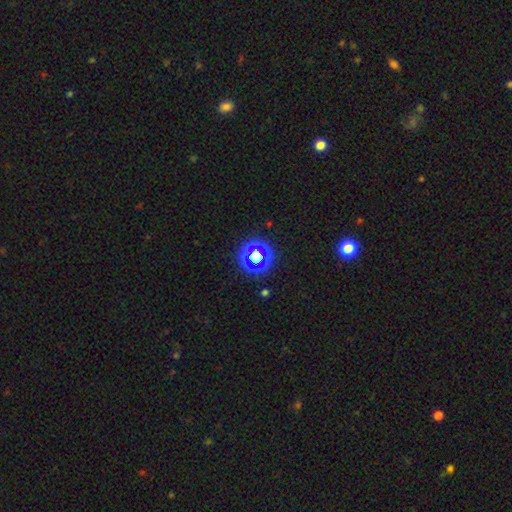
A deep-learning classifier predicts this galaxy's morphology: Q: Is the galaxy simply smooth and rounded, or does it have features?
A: star or artifact — 58%.